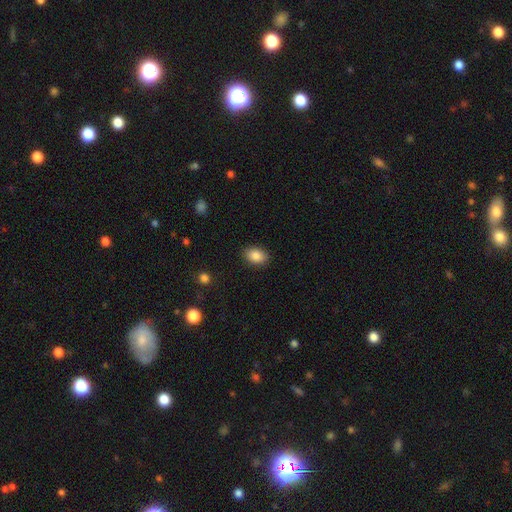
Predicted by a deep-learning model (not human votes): A smooth galaxy with no disk features (86%) that is in between round and cigar-shaped (83%). Merging: none (88%).